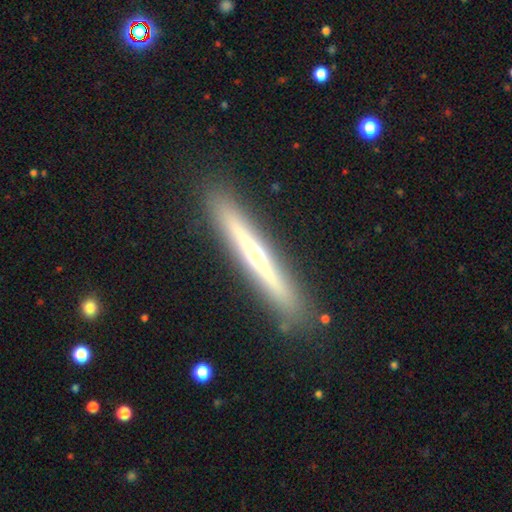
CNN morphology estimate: The model was most divided on "smooth or featured": featured or disk: 67%, smooth: 26%, star or artifact: 7%. More confident: edge-on disk — yes (95%); merging — none (90%); edge-on bulge — rounded (80%).